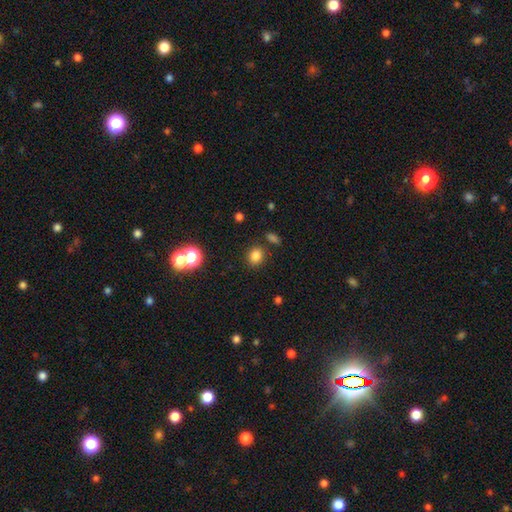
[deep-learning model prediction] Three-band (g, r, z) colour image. It shows a smooth galaxy with no disk features (81%) that is round (62%). Merging: none (83%).